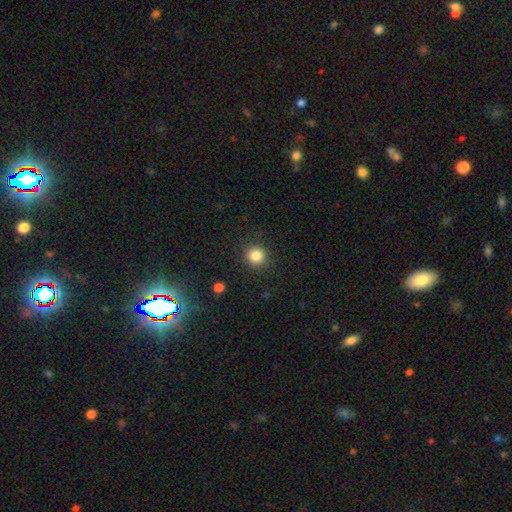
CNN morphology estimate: Overall: smooth (84%). How rounded: round (93%). Merging: none (90%).